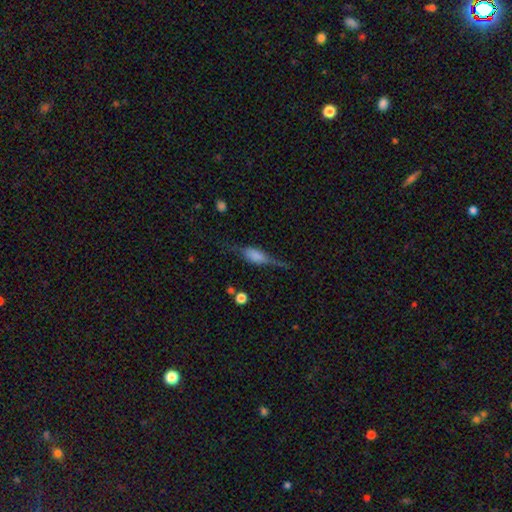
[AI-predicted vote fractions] Overall: featured or disk (52%; smooth 39%). Edge-on disk: yes (88%). Merging: none (51%; minor disturbance 28%).